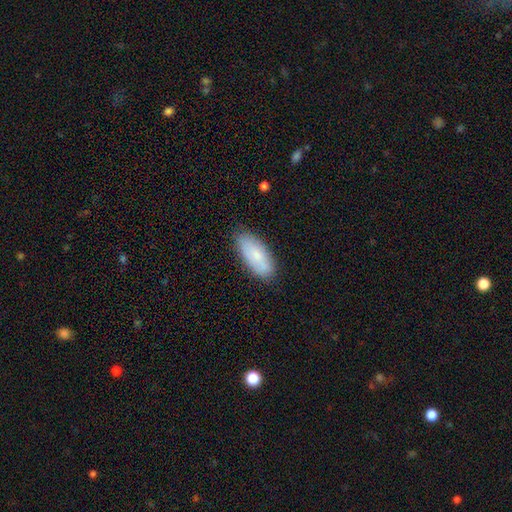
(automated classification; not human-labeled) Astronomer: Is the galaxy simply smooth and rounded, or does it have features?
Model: smooth — 76%.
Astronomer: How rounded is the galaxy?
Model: in between — 84%.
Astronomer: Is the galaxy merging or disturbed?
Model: none — 81%.